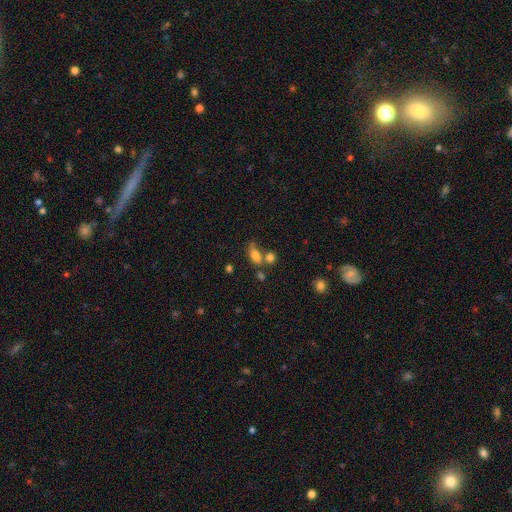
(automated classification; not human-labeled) A smooth galaxy with no disk features (77%) that is in between round and cigar-shaped (84%). Merging: none (47%).